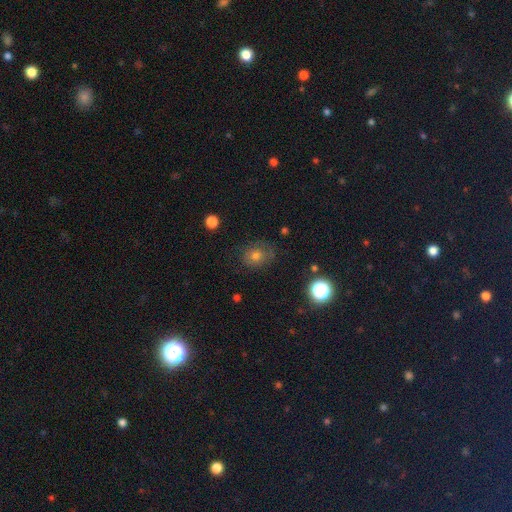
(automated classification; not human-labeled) Morphology: type=smooth (60%); roundness=round (60%); merging=none (73%).